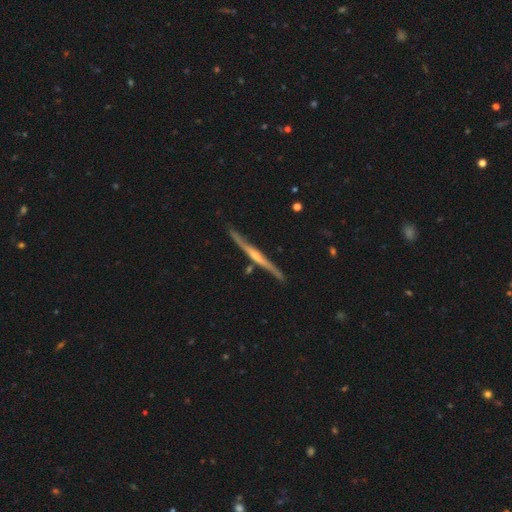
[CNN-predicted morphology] Smooth or featured? featured or disk (78%)
Edge-on disk? yes (97%)
Edge-on bulge? rounded (65%)
Merging? none (82%)